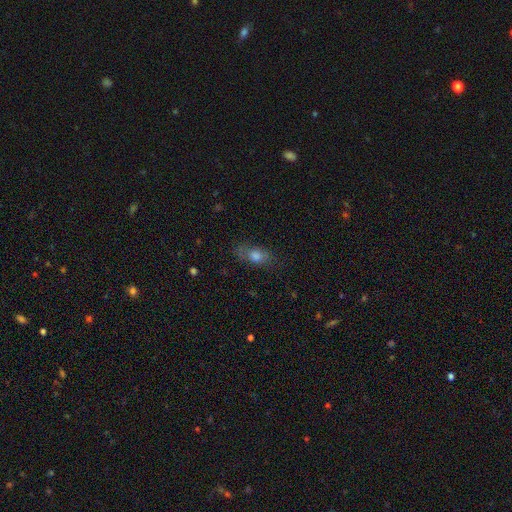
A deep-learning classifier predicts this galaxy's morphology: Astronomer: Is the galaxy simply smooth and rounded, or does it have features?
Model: smooth — 62%.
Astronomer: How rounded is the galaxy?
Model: in between — 70%.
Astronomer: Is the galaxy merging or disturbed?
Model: none — 71%.